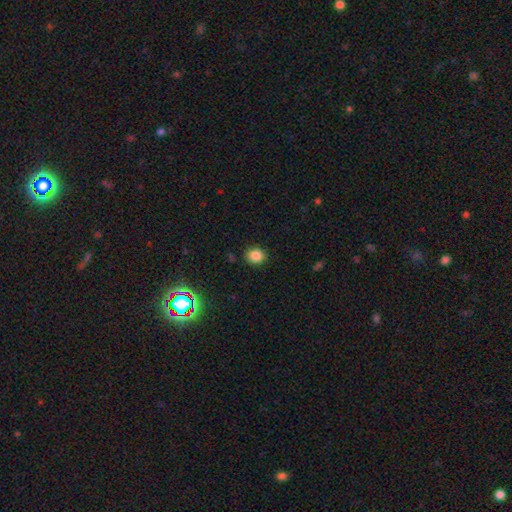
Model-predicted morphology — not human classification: Smooth or featured? Predicted: smooth (p=0.85). How rounded? Predicted: round (p=0.79). Merging? Predicted: none (p=0.89).